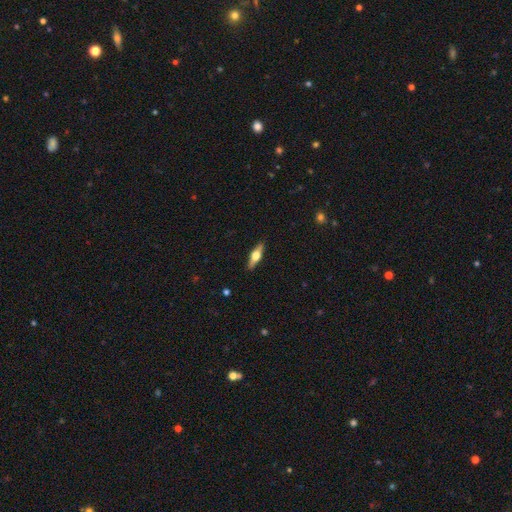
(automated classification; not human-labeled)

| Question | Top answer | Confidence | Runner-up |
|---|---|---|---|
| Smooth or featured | featured or disk | 54% | smooth (40%) |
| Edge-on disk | yes | 93% | no (7%) |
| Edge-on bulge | rounded | 95% | boxy (4%) |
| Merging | none | 90% | minor disturbance (8%) |